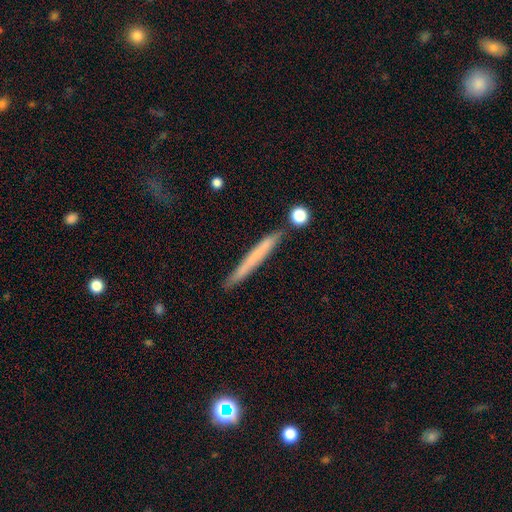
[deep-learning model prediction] This is likely a smooth galaxy (60%). How rounded: clearly cigar-shaped (97%). Merging: clearly none (84%).